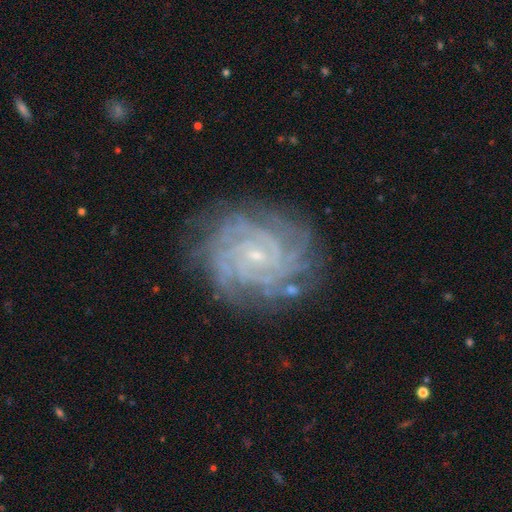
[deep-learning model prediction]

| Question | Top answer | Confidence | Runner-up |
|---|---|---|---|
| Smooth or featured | featured or disk | 88% | star or artifact (7%) |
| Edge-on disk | no | 98% | yes (2%) |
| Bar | no | 64% | weak (27%) |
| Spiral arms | yes | 98% | no (2%) |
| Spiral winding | tight | 80% | medium (17%) |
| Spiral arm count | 4 | 25% | can't tell (23%) |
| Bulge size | small | 86% | moderate (9%) |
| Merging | none | 79% | minor disturbance (14%) |